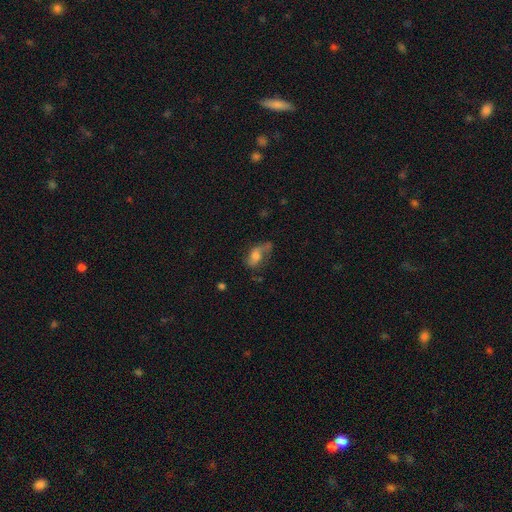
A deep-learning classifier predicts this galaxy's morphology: A smooth galaxy with no disk features (47%). Merging: none (42%).